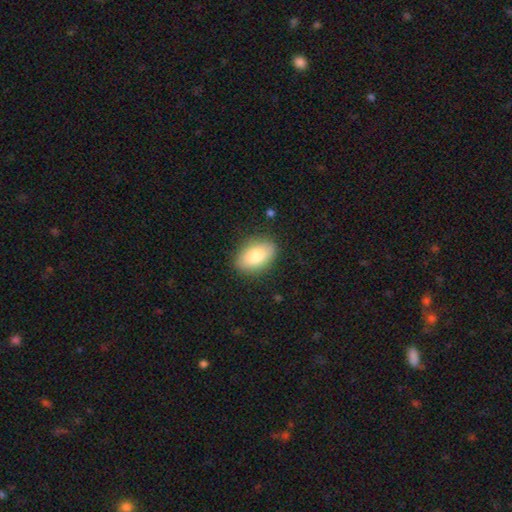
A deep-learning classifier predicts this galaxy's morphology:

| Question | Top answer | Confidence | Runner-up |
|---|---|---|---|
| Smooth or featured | smooth | 81% | featured or disk (12%) |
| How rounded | in between | 89% | round (9%) |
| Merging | none | 86% | minor disturbance (10%) |